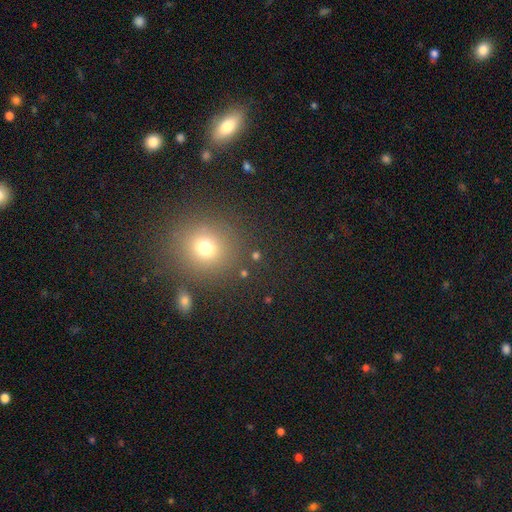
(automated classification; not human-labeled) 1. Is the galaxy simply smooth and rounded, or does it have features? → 62% smooth, 30% star or artifact, 9% featured or disk.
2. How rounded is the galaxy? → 86% round, 13% in between, 2% cigar-shaped.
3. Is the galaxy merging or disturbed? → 83% none, 8% minor disturbance, 5% merger, 4% major disturbance.